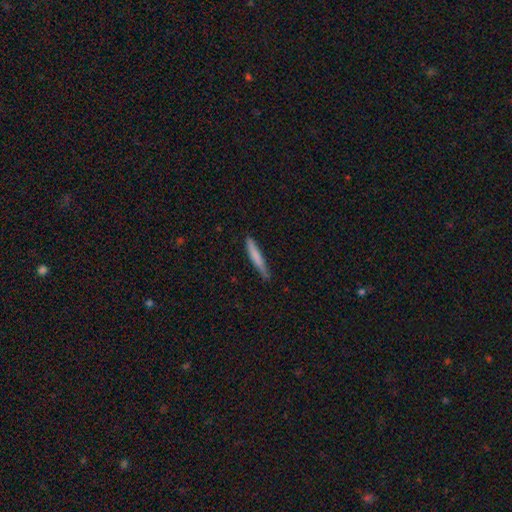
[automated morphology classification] This is likely a smooth galaxy (73%). How rounded: clearly cigar-shaped (95%). Merging: clearly none (80%).